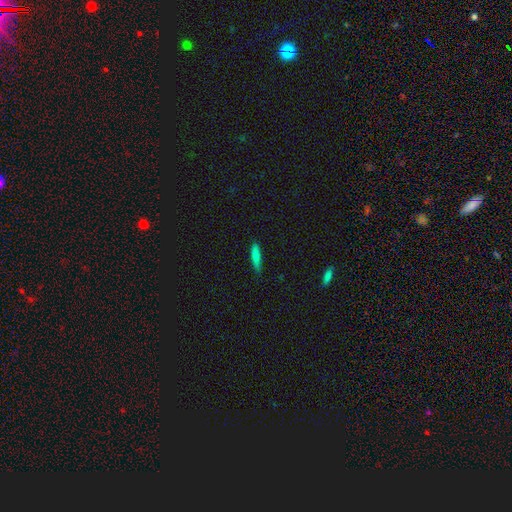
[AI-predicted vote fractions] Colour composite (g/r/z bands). It shows a smooth galaxy with no disk features (76%) that is cigar-shaped (84%). Merging: none (81%).